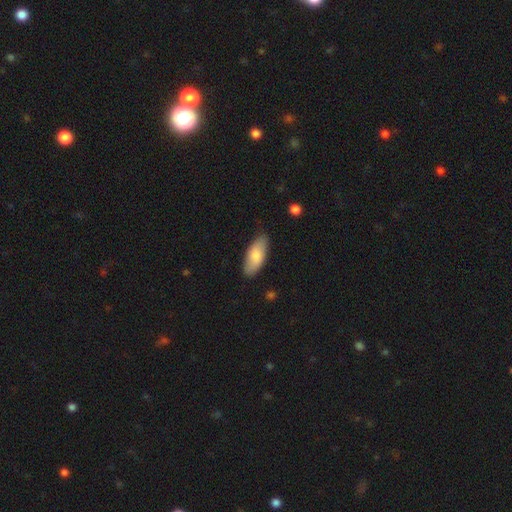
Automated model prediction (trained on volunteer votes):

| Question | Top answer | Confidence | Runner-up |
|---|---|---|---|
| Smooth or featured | smooth | 78% | featured or disk (16%) |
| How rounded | in between | 84% | cigar-shaped (14%) |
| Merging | none | 83% | minor disturbance (13%) |